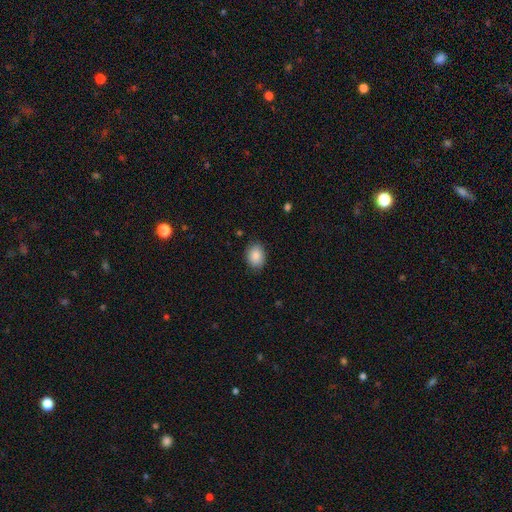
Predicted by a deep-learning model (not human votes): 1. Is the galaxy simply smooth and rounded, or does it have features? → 87% smooth, 7% star or artifact, 6% featured or disk.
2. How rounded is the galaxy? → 69% in between, 30% round, 1% cigar-shaped.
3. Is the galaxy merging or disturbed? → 86% none, 11% minor disturbance, 2% major disturbance, 1% merger.